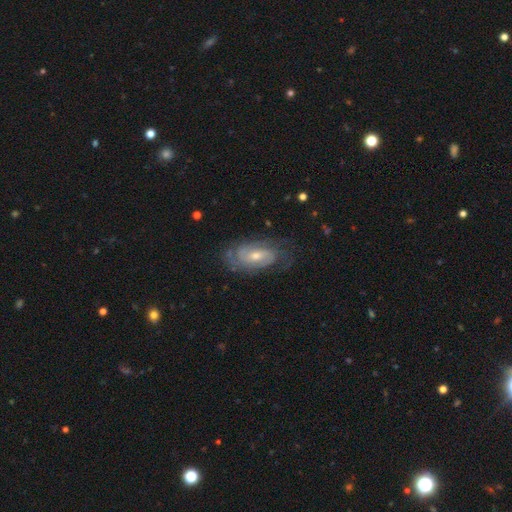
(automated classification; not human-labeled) A featured or disk galaxy (82%) with no bar (46%), 2 (45%) tight (58%) spiral arms (94%) and a moderate central bulge (53%). Merging: none (72%).